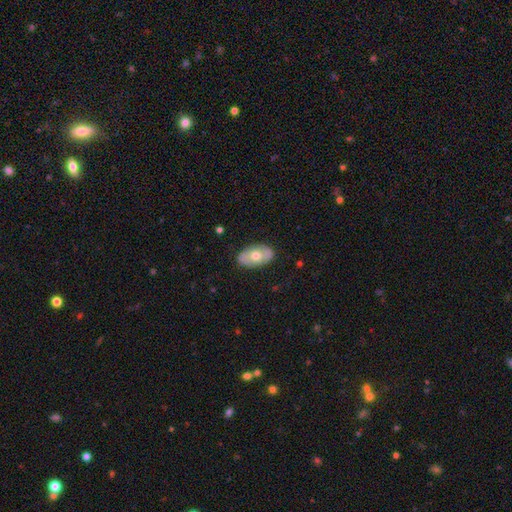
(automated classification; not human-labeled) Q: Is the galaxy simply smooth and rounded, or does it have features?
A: smooth — 56%.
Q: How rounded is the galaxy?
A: in between — 92%.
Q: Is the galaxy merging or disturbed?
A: none — 84%.